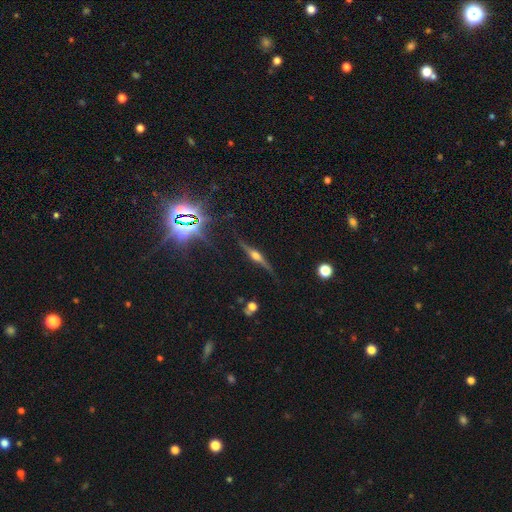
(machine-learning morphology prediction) Q: Smooth or featured?
A: featured or disk (77%); runner-up: smooth (13%)
Q: Edge-on disk?
A: yes (95%); runner-up: no (5%)
Q: Edge-on bulge?
A: rounded (91%); runner-up: boxy (6%)
Q: Merging?
A: none (81%); runner-up: minor disturbance (14%)